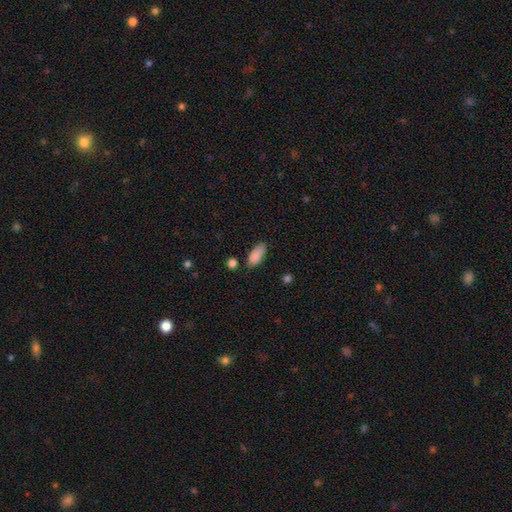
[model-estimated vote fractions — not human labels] smooth 87%, star or artifact 7%, featured or disk 5%. Down the decision tree: how rounded — in between (87%); merging — none (73%).